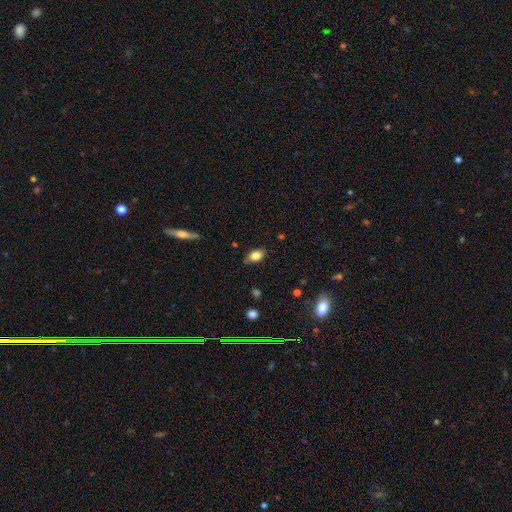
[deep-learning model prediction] Morphology: type=smooth (82%); roundness=in between (86%); merging=none (81%).